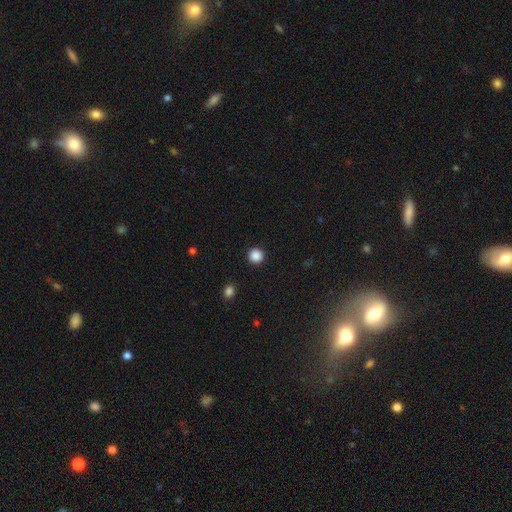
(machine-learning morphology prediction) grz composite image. It shows a smooth galaxy with no disk features (87%) that is round (95%). Merging: none (93%).